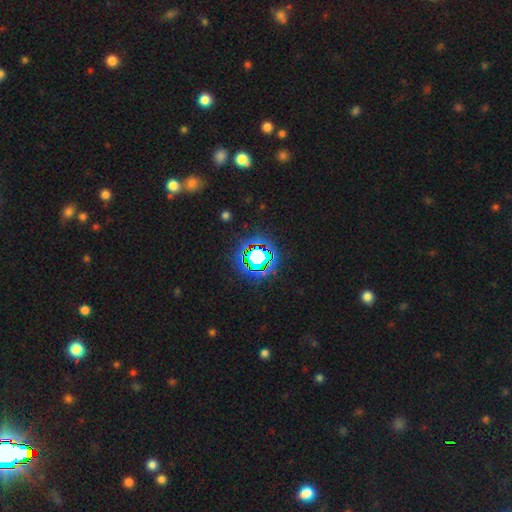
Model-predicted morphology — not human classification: smooth-or-featured: star or artifact: 68% | smooth: 19% | featured or disk: 13%